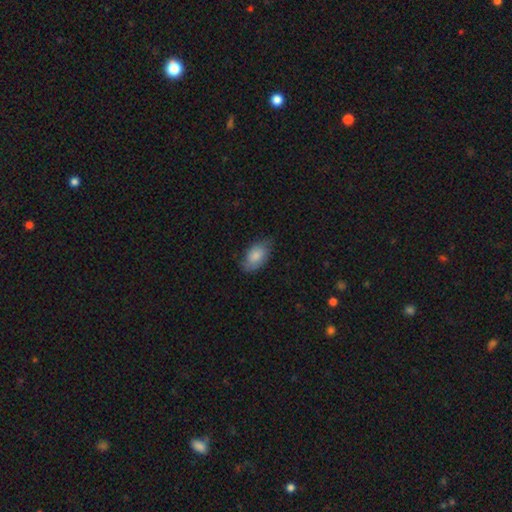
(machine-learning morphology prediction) Smooth or featured? Predicted: smooth (p=0.83). How rounded? Predicted: in between (p=0.93). Merging? Predicted: none (p=0.70).